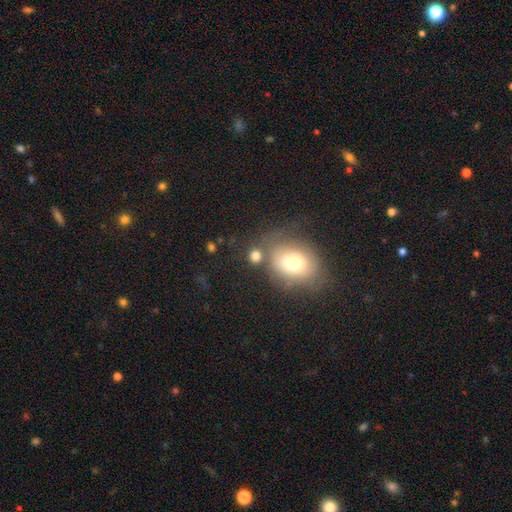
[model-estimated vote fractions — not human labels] Smooth or featured? Predicted: smooth (p=0.77). How rounded? Predicted: round (p=0.71). Merging? Predicted: none (p=0.61).